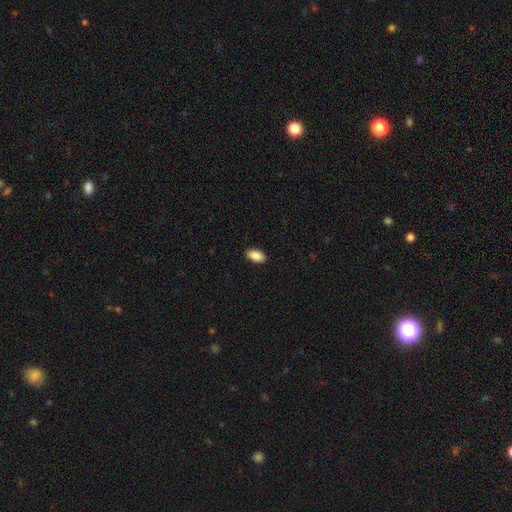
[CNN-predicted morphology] A smooth galaxy with no disk features (90%) that is in between round and cigar-shaped (94%). Merging: none (90%).